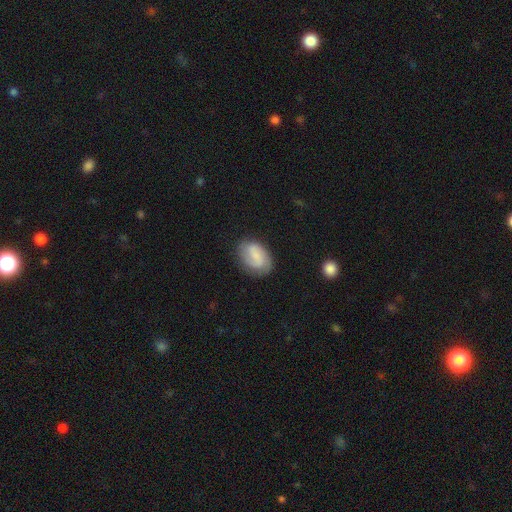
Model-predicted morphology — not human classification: smooth-or-featured: featured or disk: 47% | smooth: 46% | star or artifact: 8%
  merging: none: 76% | minor disturbance: 17% | major disturbance: 6% | merger: 1%